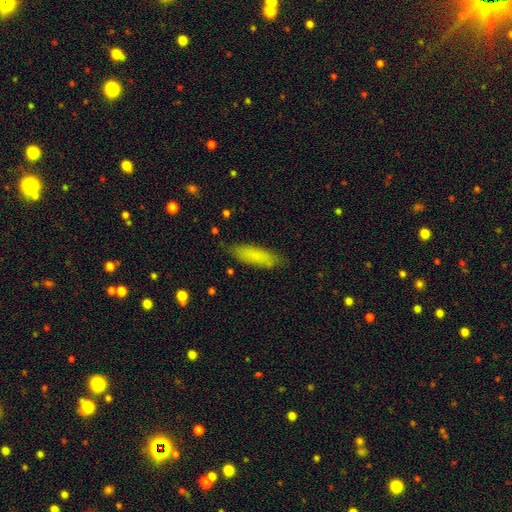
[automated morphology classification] smooth-or-featured: smooth: 80% | featured or disk: 13% | star or artifact: 7%
  how-rounded: cigar-shaped: 64% | in between: 34% | round: 2%
  merging: none: 82% | minor disturbance: 14% | major disturbance: 3% | merger: 1%